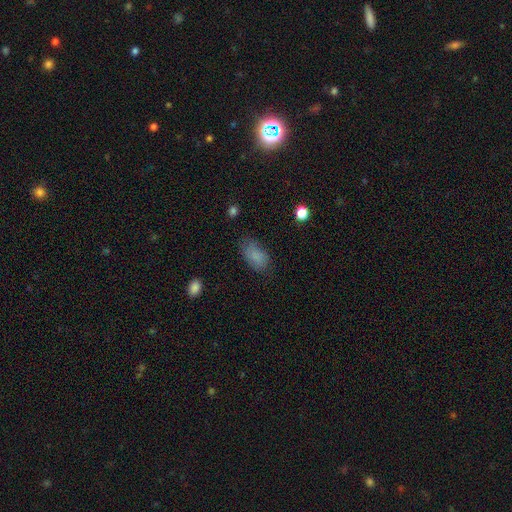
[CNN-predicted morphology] Overall: smooth (84%). How rounded: in between (93%). Merging: none (69%).